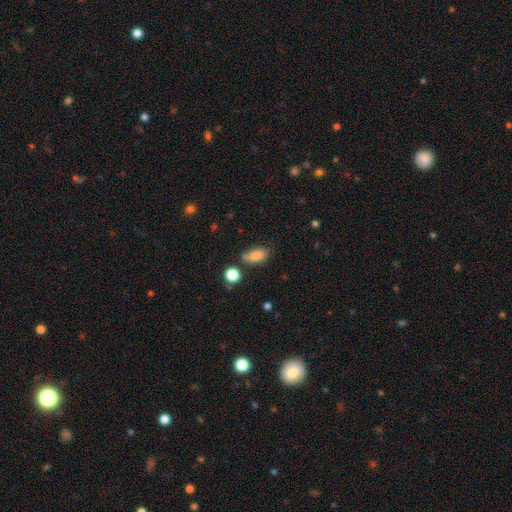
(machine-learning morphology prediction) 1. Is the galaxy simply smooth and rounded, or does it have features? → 82% smooth, 9% star or artifact, 9% featured or disk.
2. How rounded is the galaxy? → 85% in between, 8% cigar-shaped, 7% round.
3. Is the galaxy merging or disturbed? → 68% none, 19% minor disturbance, 9% merger, 5% major disturbance.